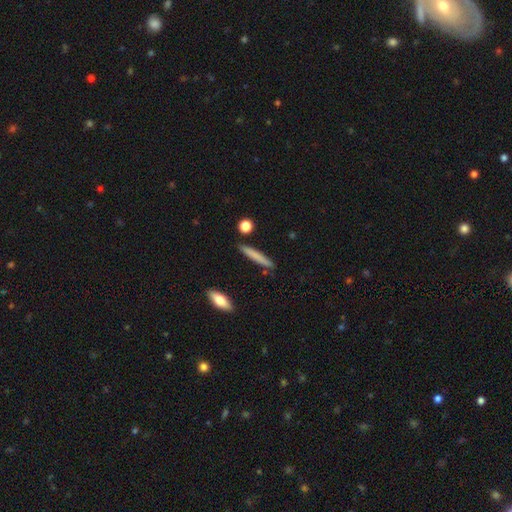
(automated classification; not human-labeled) This appears to be a smooth galaxy with no disk features (75%) that is cigar-shaped (93%). Merging: none (88%).